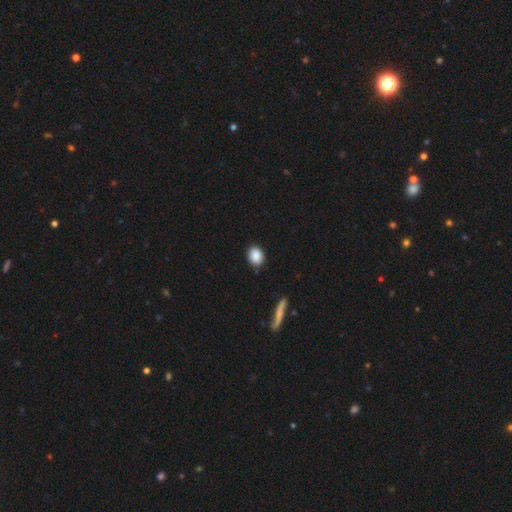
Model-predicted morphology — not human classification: A smooth galaxy with no disk features (88%) that is in between round and cigar-shaped (50%).

Vote fractions:
- Smooth or featured? smooth: 88% / star or artifact: 8% / featured or disk: 4%
- How rounded? in between: 50% / round: 48% / cigar-shaped: 2%
- Merging? none: 85% / minor disturbance: 11% / major disturbance: 2% / merger: 2%